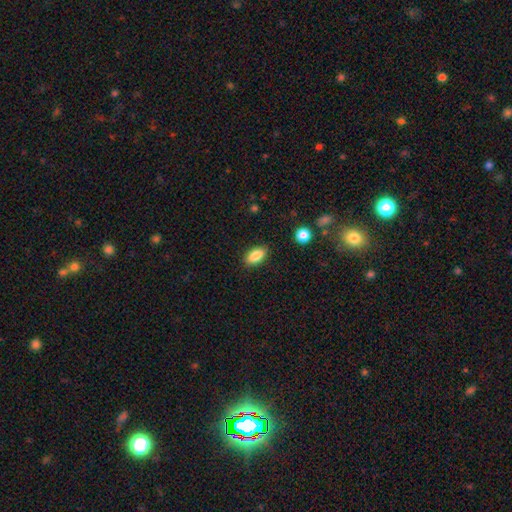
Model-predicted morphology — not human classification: Smooth or featured: smooth — 87% (star or artifact — 8%)
How rounded: in between — 90% (cigar-shaped — 5%)
Merging: none — 86% (minor disturbance — 10%)